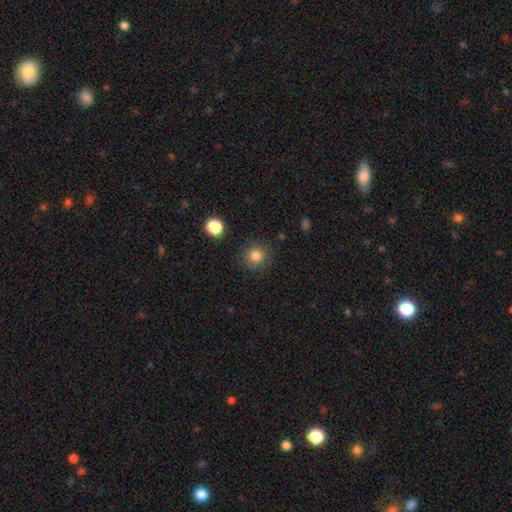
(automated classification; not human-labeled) Q: Smooth or featured?
A: smooth (82%); runner-up: star or artifact (11%)
Q: How rounded?
A: round (92%); runner-up: in between (7%)
Q: Merging?
A: none (88%); runner-up: minor disturbance (8%)